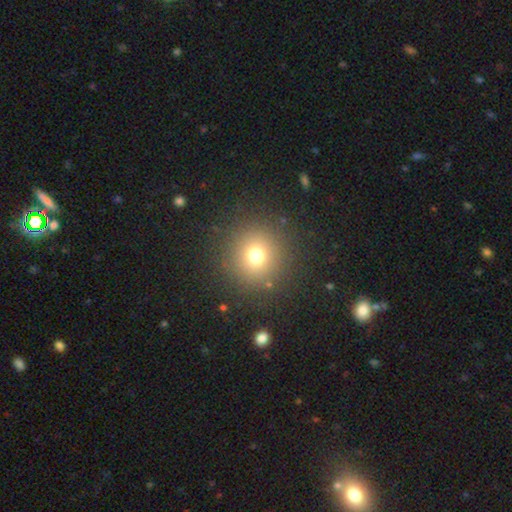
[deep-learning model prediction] Smooth or featured? smooth (72%)
How rounded? round (93%)
Merging? none (88%)